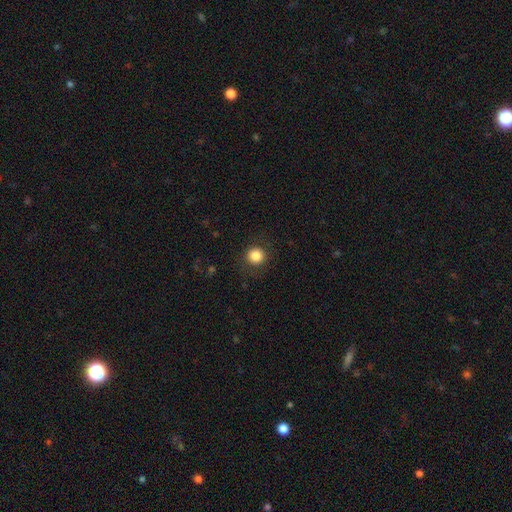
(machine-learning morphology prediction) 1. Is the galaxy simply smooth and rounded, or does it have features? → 85% smooth, 10% star or artifact, 5% featured or disk.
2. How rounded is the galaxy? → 93% round, 6% in between, 1% cigar-shaped.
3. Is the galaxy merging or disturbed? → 88% none, 8% minor disturbance, 3% major disturbance, 1% merger.